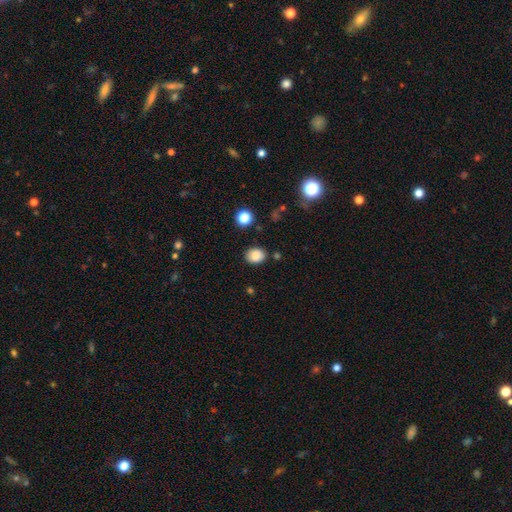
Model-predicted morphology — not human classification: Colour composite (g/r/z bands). It shows a smooth galaxy with no disk features (85%) that is in between round and cigar-shaped (52%). Merging: none (83%).